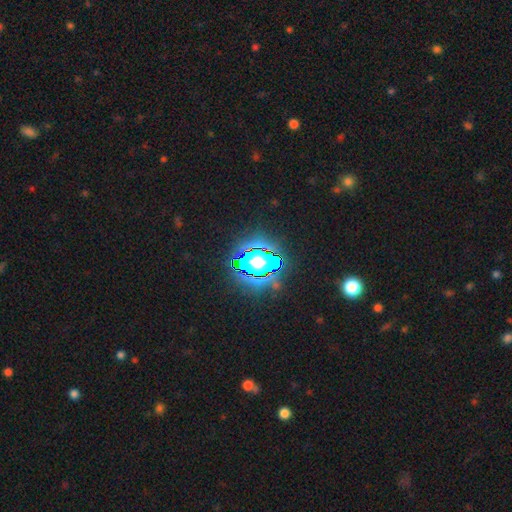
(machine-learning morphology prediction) Smooth or featured: star or artifact — 66% (smooth — 21%)